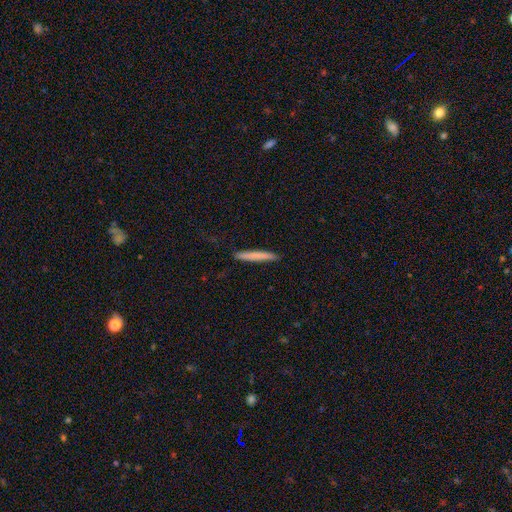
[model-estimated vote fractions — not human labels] Overall: smooth (75%). How rounded: cigar-shaped (96%). Merging: none (91%).